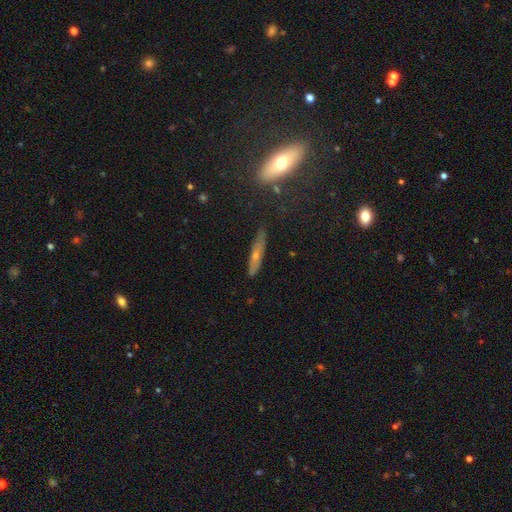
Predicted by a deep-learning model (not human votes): smooth-or-featured: featured or disk: 49% | smooth: 40% | star or artifact: 11%
  merging: none: 80% | minor disturbance: 14% | major disturbance: 3% | merger: 2%